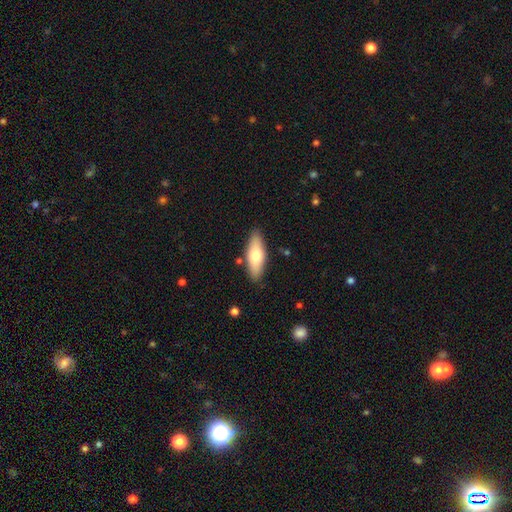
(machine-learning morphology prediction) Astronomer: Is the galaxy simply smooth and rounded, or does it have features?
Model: smooth — 67%.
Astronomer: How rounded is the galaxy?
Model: in between — 65%.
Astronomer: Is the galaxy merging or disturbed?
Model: none — 86%.